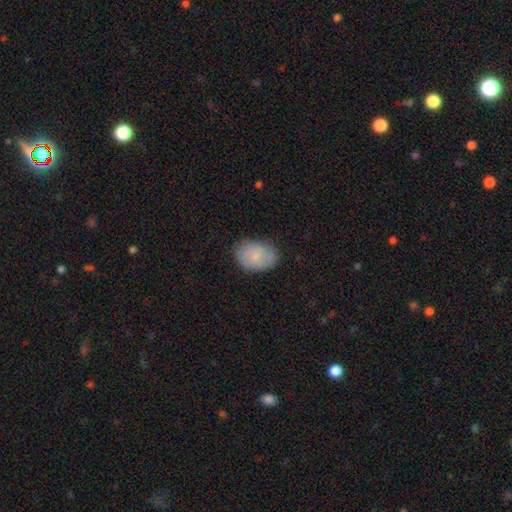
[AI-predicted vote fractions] smooth-or-featured: smooth: 74% | featured or disk: 19% | star or artifact: 7%
  how-rounded: in between: 83% | round: 15% | cigar-shaped: 1%
  merging: none: 79% | minor disturbance: 16% | major disturbance: 4% | merger: 1%